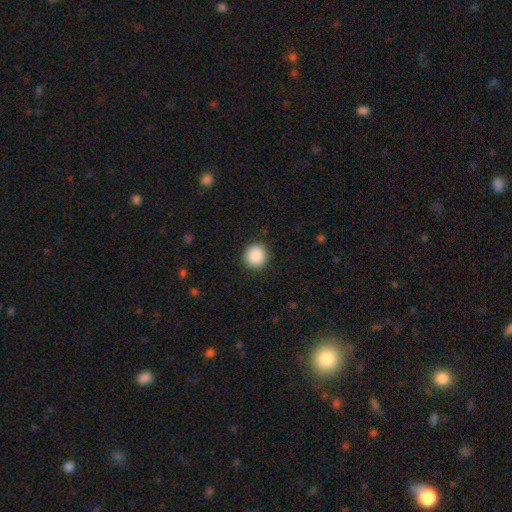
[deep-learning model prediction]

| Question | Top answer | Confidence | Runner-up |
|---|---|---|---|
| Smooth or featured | smooth | 88% | star or artifact (9%) |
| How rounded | round | 94% | in between (5%) |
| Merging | none | 92% | minor disturbance (5%) |